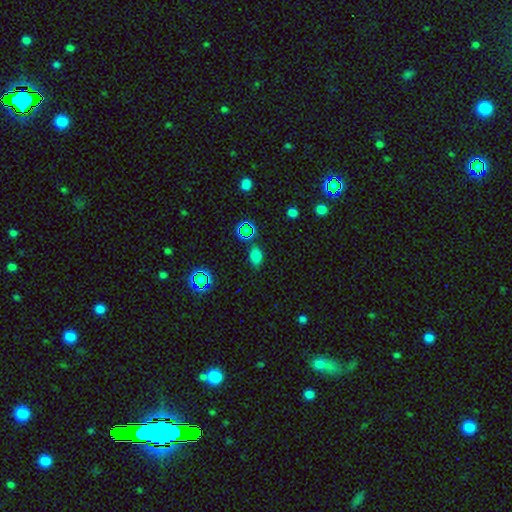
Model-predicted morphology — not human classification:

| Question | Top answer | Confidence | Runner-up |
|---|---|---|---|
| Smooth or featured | smooth | 71% | star or artifact (22%) |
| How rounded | in between | 78% | round (20%) |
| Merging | none | 78% | minor disturbance (13%) |